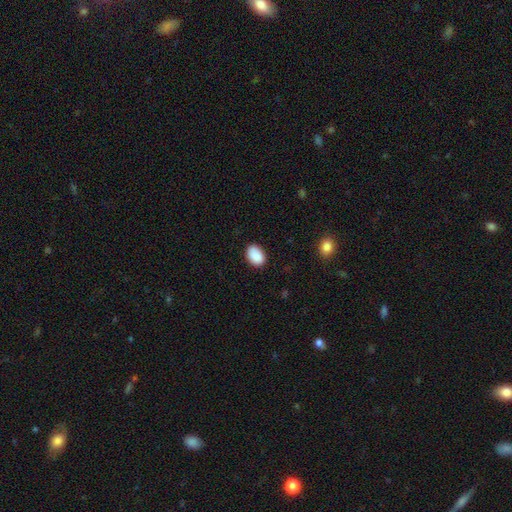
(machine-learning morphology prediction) Q: Smooth or featured?
A: smooth (90%); runner-up: star or artifact (7%)
Q: How rounded?
A: in between (83%); runner-up: round (16%)
Q: Merging?
A: none (85%); runner-up: minor disturbance (12%)